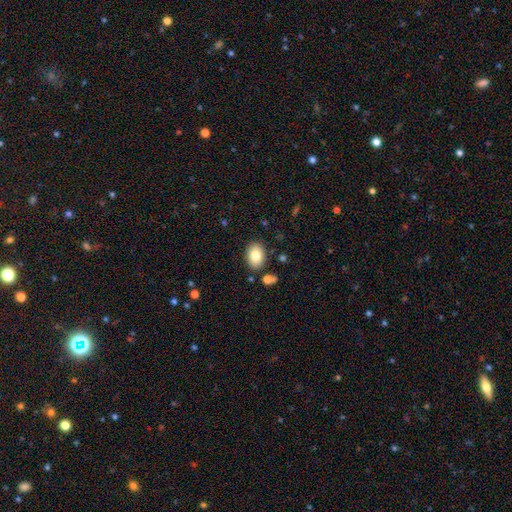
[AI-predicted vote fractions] Smooth or featured? smooth (83%)
How rounded? in between (83%)
Merging? none (86%)